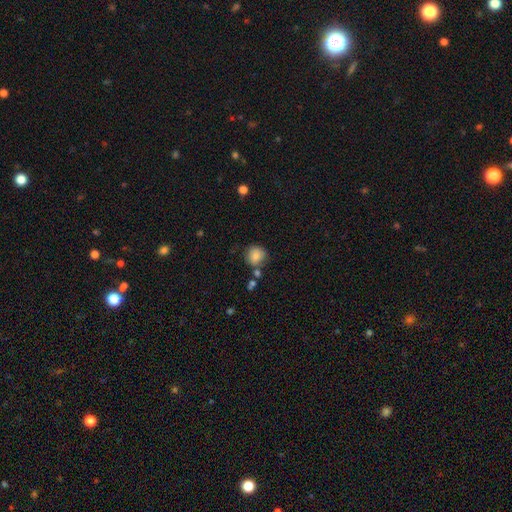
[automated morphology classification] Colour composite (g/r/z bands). It shows a smooth galaxy with no disk features (83%) that is round (86%). Merging: none (71%).